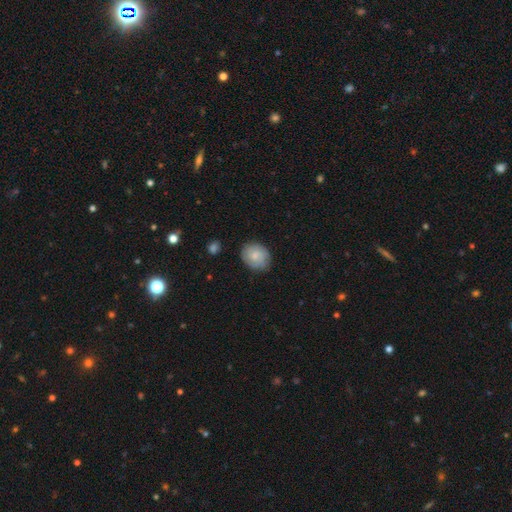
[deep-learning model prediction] Smooth or featured?
  - smooth: 62% *
  - featured or disk: 31%
  - star or artifact: 7%
How rounded?
  - round: 58% *
  - in between: 41%
  - cigar-shaped: 1%
Merging?
  - none: 81% *
  - minor disturbance: 15%
  - major disturbance: 3%
  - merger: 1%